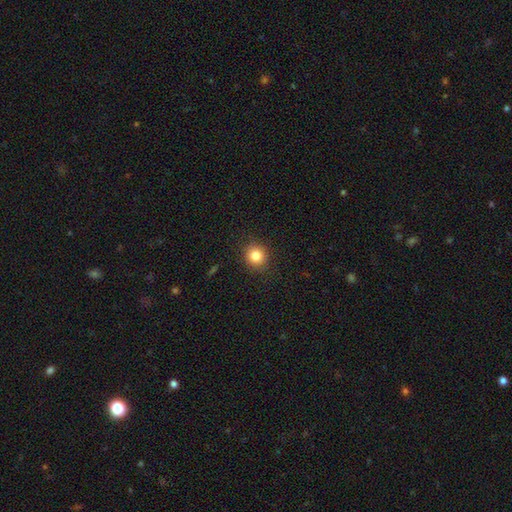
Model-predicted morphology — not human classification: Q: Smooth or featured?
A: smooth (84%); runner-up: star or artifact (11%)
Q: How rounded?
A: round (87%); runner-up: in between (12%)
Q: Merging?
A: none (89%); runner-up: minor disturbance (7%)